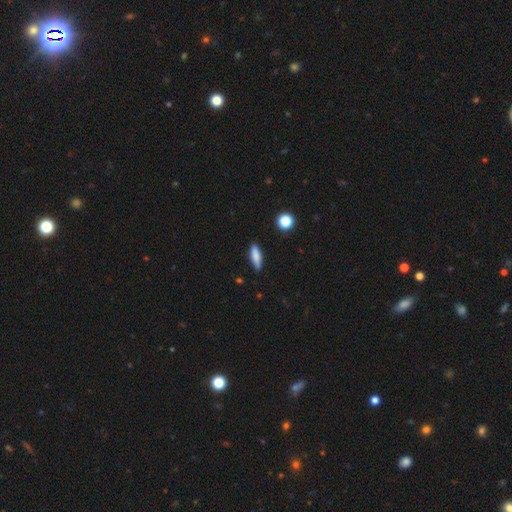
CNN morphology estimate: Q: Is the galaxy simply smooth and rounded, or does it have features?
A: smooth — 83%.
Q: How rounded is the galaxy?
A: cigar-shaped — 55%.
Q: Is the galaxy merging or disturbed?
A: none — 84%.